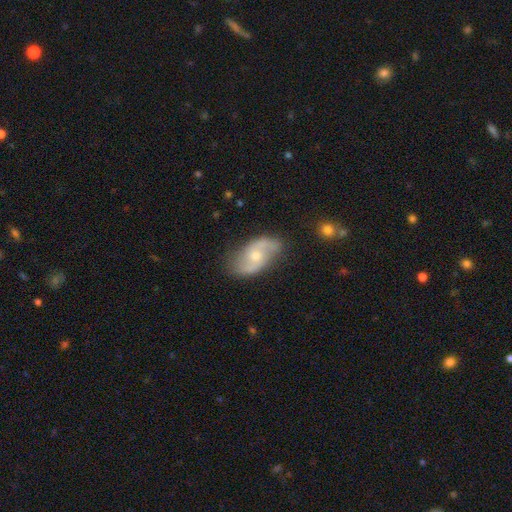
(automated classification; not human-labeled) Smooth or featured? featured or disk (72%)
Edge-on disk? no (95%)
Bar? no (59%)
Spiral arms? yes (90%)
Spiral winding? loose (52%)
Spiral arm count? 2 (89%)
Bulge size? moderate (55%)
Merging? none (76%)